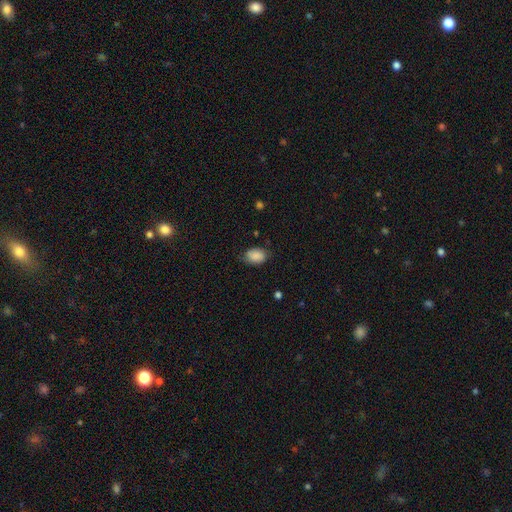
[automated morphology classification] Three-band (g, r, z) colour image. It shows a smooth galaxy with no disk features (86%) that is in between round and cigar-shaped (81%). Merging: none (71%).